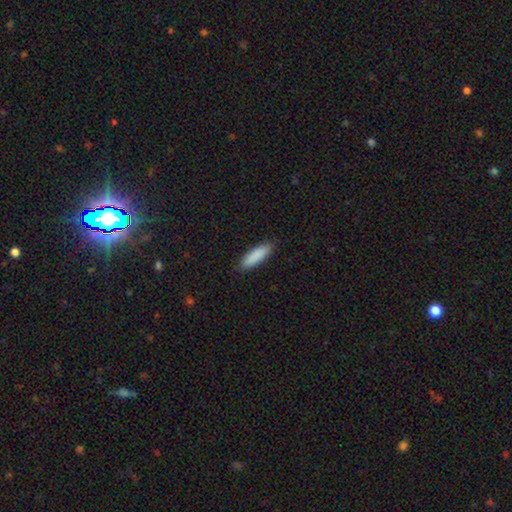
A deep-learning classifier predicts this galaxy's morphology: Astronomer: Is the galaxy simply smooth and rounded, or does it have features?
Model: smooth — 89%.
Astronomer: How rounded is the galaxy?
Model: cigar-shaped — 54% (runner-up: in between, 44%).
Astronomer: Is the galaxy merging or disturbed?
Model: none — 88%.